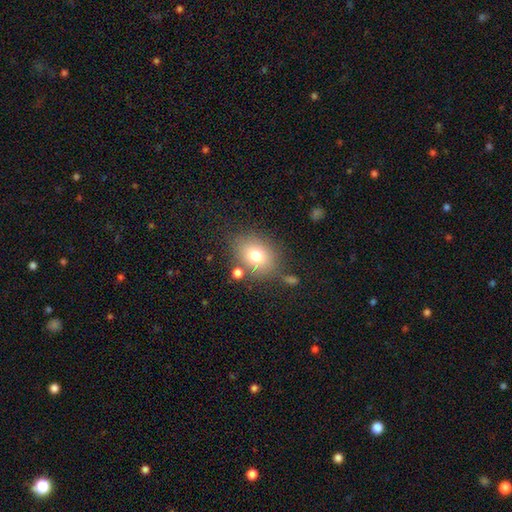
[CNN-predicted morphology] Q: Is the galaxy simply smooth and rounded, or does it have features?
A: smooth — 74%.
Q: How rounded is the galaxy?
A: in between — 56%.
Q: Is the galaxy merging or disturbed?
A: none — 71%.